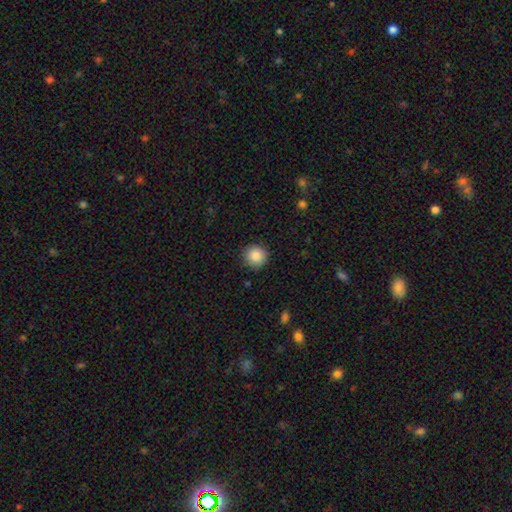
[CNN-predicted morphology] Smooth or featured: smooth — 87% (star or artifact — 9%)
How rounded: round — 93% (in between — 6%)
Merging: none — 87% (minor disturbance — 9%)